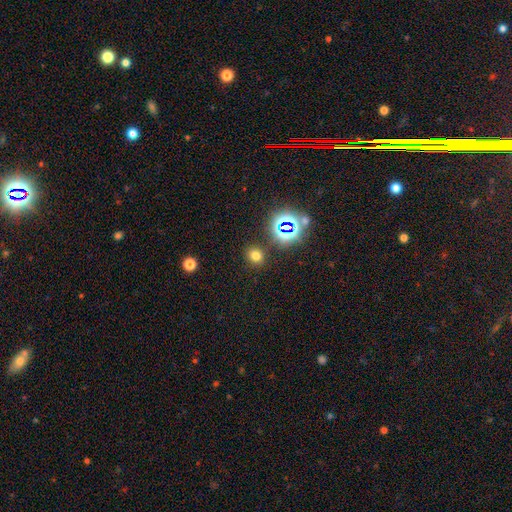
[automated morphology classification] Overall: smooth (68%). How rounded: round (75%). Merging: none (86%).